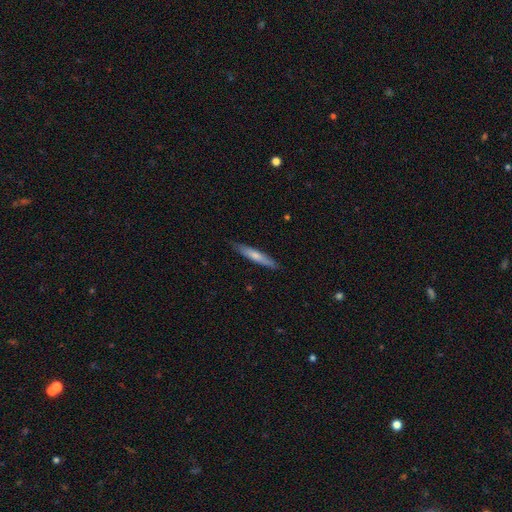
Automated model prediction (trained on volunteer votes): A smooth galaxy with no disk features (61%) that is cigar-shaped (91%).

Vote fractions:
- Smooth or featured? smooth: 61% / featured or disk: 34% / star or artifact: 5%
- How rounded? cigar-shaped: 91% / in between: 8% / round: 1%
- Merging? none: 85% / minor disturbance: 12% / major disturbance: 2% / merger: 1%